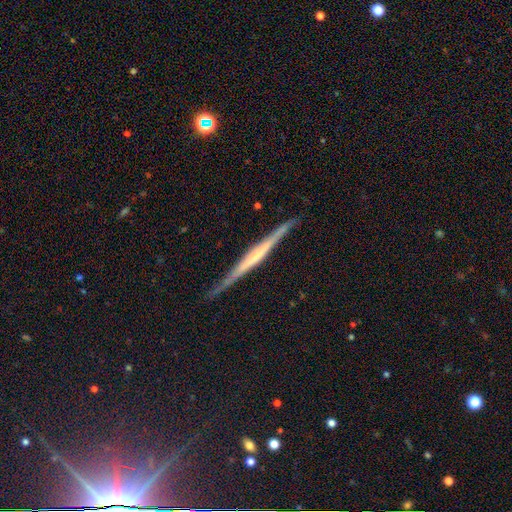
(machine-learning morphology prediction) Smooth or featured? Predicted: featured or disk (p=0.72). Edge-on disk? Predicted: yes (p=0.97). Edge-on bulge? Predicted: none (p=0.56). Merging? Predicted: none (p=0.86).